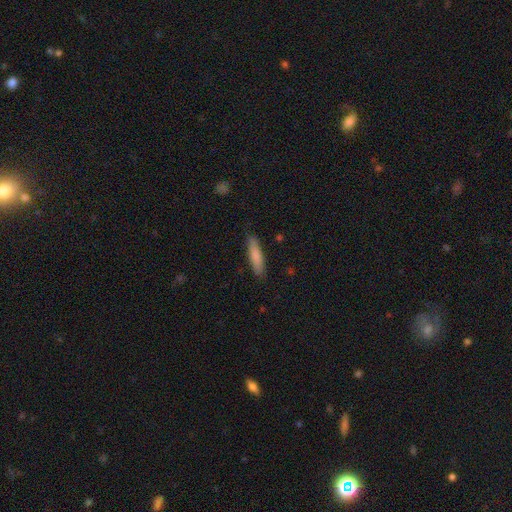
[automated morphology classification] Overall: smooth (82%). How rounded: cigar-shaped (78%). Merging: none (86%).